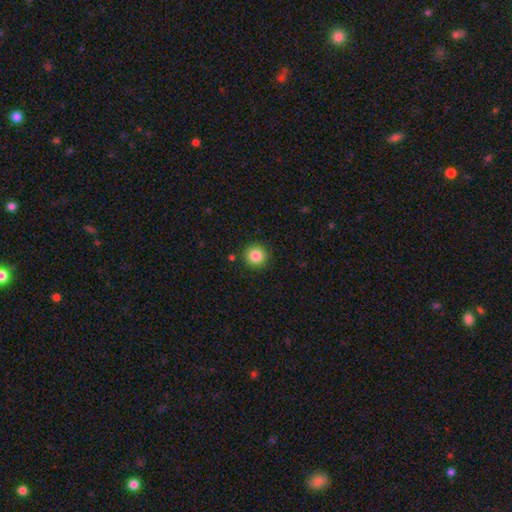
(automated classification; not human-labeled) This is clearly a smooth galaxy (85%). How rounded: clearly round (94%). Merging: clearly none (91%).